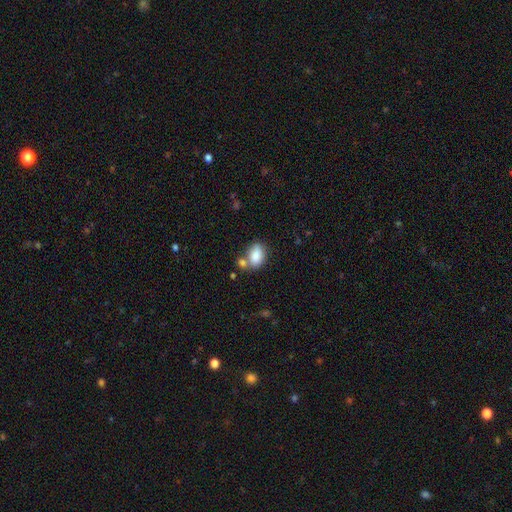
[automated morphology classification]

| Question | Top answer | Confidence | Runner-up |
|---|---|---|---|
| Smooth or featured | smooth | 85% | star or artifact (8%) |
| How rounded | in between | 86% | round (12%) |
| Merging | none | 50% | merger (29%) |